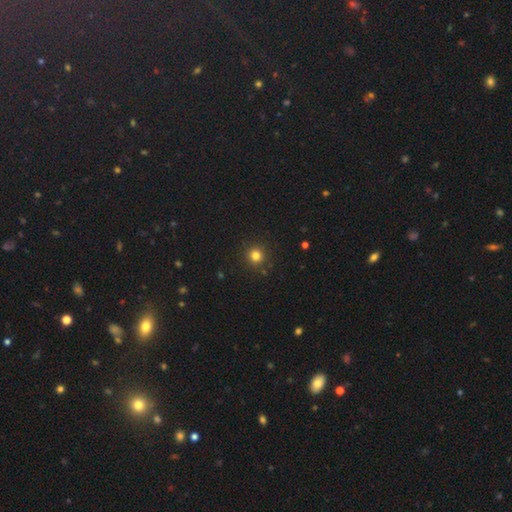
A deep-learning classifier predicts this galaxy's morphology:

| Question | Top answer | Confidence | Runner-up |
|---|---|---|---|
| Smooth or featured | smooth | 80% | star or artifact (15%) |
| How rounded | round | 93% | in between (6%) |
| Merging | none | 90% | minor disturbance (6%) |